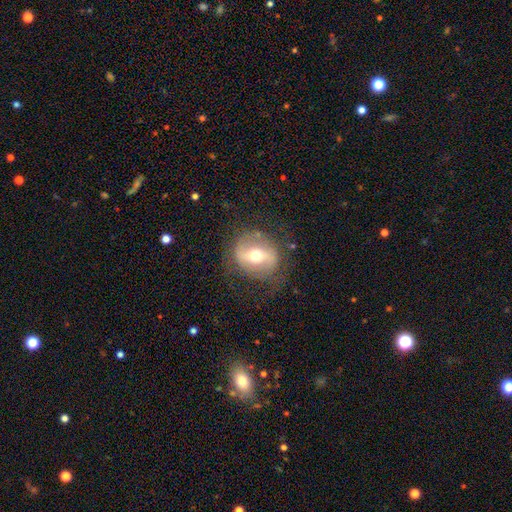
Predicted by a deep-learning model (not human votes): A featured or disk galaxy (62%) with a strong bar (46%), spiral arms (55%) and a moderate central bulge (71%). Merging: none (73%).